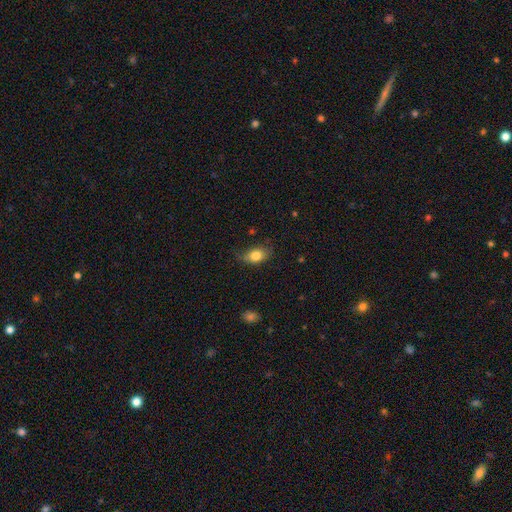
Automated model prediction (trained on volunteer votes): smooth_or_featured: smooth (p=0.81) [alt: featured or disk p=0.10]
how_rounded: in between (p=0.83) [alt: round p=0.14]
merging: none (p=0.66) [alt: minor disturbance p=0.27]